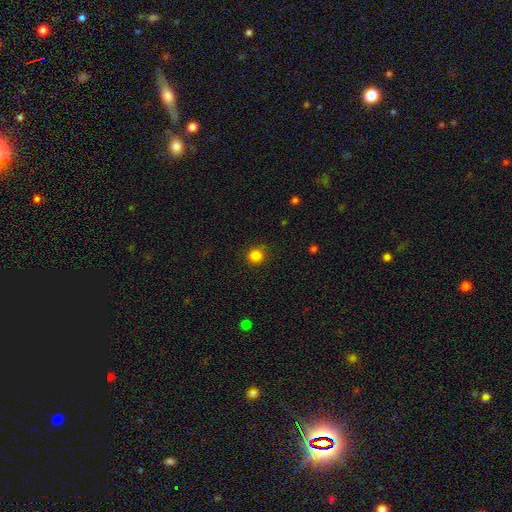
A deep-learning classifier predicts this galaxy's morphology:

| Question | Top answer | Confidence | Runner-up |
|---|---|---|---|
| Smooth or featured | smooth | 84% | star or artifact (12%) |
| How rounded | round | 92% | in between (7%) |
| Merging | none | 87% | minor disturbance (9%) |